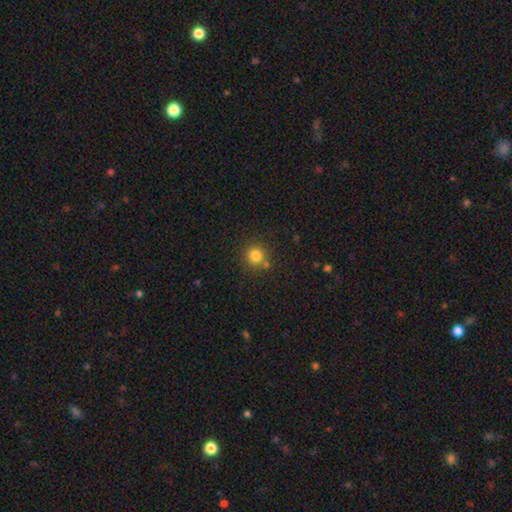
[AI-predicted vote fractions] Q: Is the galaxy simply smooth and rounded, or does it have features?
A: smooth — 81%.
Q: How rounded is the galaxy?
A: round — 93%.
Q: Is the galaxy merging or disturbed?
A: none — 79%.